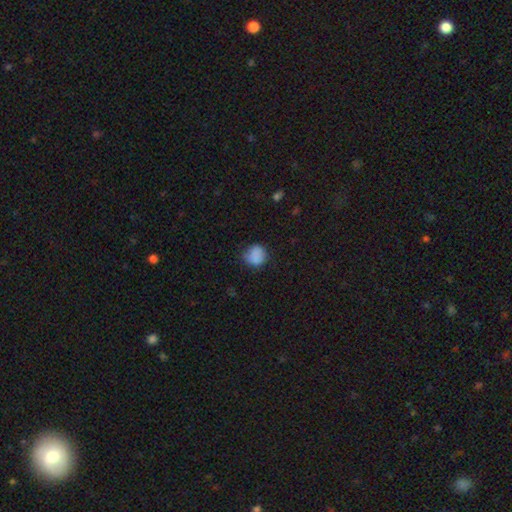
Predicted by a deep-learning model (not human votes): Smooth or featured? smooth (82%)
How rounded? round (79%)
Merging? none (63%)